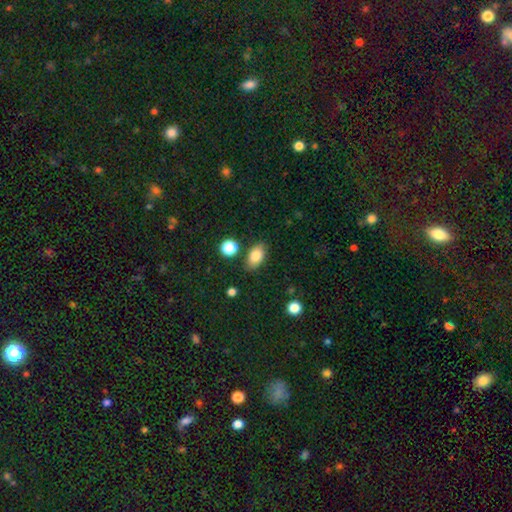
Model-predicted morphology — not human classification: Smooth or featured? Predicted: smooth (p=0.82). How rounded? Predicted: in between (p=0.88). Merging? Predicted: none (p=0.82).